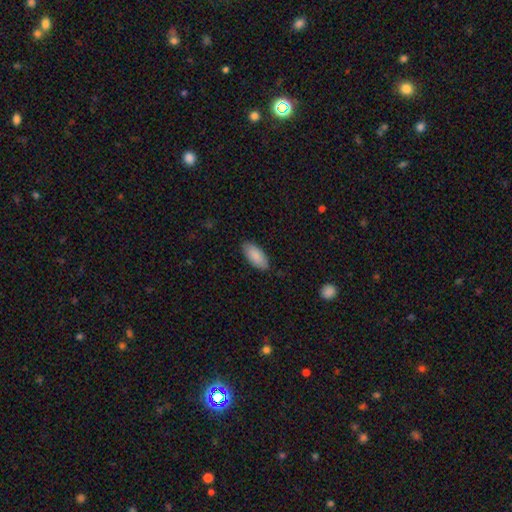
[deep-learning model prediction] A smooth galaxy with no disk features (89%) that is in between round and cigar-shaped (90%).

Vote fractions:
- Smooth or featured? smooth: 89% / featured or disk: 6% / star or artifact: 6%
- How rounded? in between: 90% / cigar-shaped: 9% / round: 2%
- Merging? none: 84% / minor disturbance: 13% / major disturbance: 2% / merger: 1%